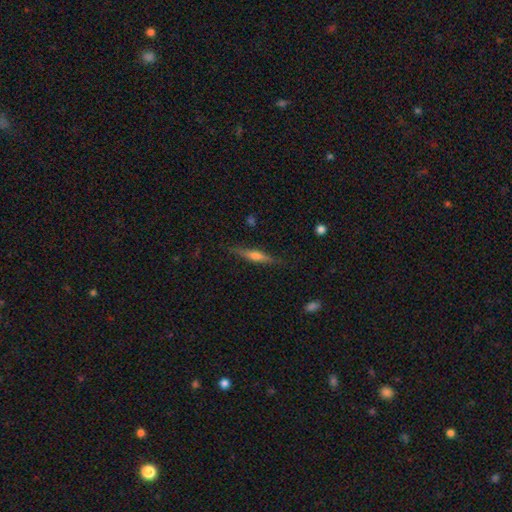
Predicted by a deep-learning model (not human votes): The model was most divided on "smooth or featured": featured or disk: 57%, smooth: 36%, star or artifact: 7%. More confident: edge-on disk — yes (96%); merging — none (85%); edge-on bulge — rounded (83%).